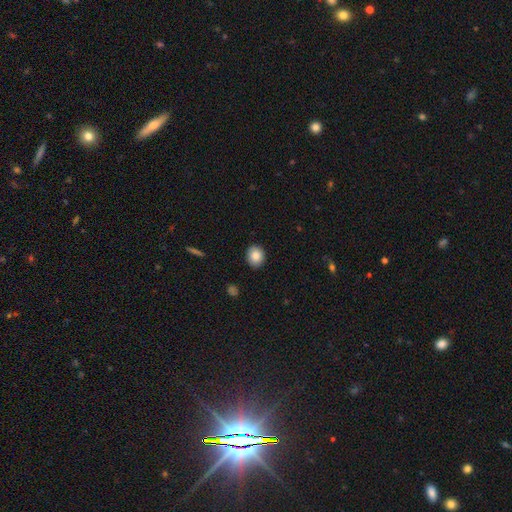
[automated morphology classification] Smooth or featured? Predicted: smooth (p=0.85). How rounded? Predicted: round (p=0.64). Merging? Predicted: none (p=0.89).